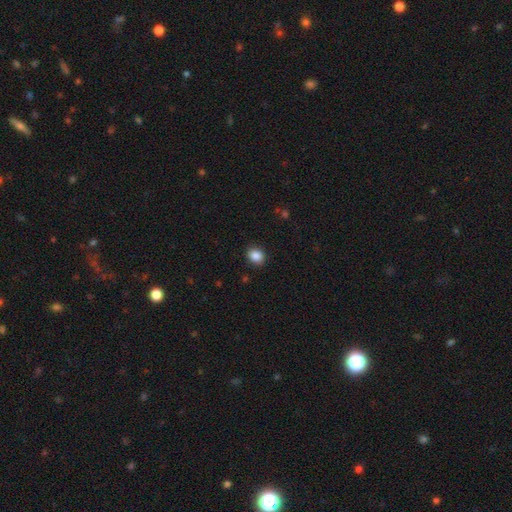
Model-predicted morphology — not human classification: This is clearly a smooth galaxy (87%). How rounded: possibly round (57%). Merging: clearly none (89%).